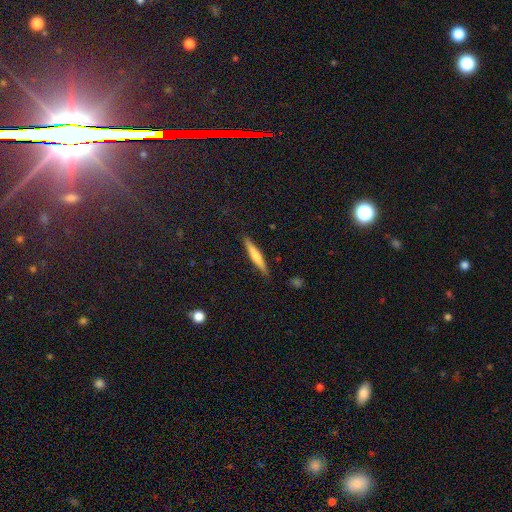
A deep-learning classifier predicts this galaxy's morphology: This is possibly a smooth galaxy (55%). How rounded: clearly cigar-shaped (93%). Merging: clearly none (89%).